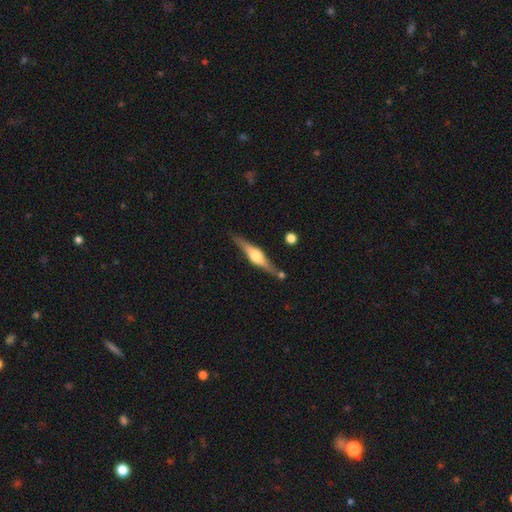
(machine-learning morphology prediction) This is likely a featured or disk galaxy (77%). It is clearly viewed edge-on (97%). Edge-on bulge: clearly rounded (90%). Merging: clearly none (82%).